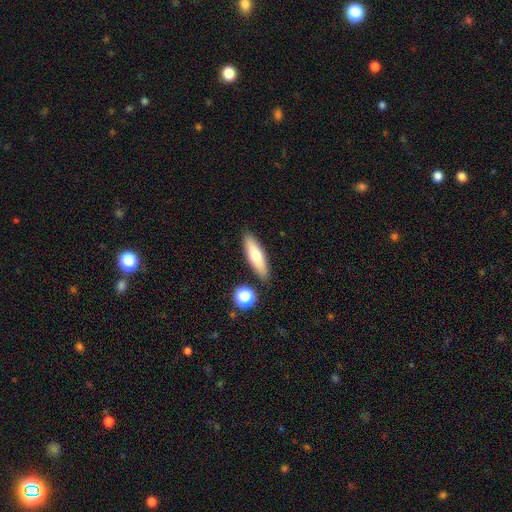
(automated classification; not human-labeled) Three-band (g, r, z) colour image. It shows a smooth galaxy with no disk features (66%) that is cigar-shaped (59%). Merging: none (86%).